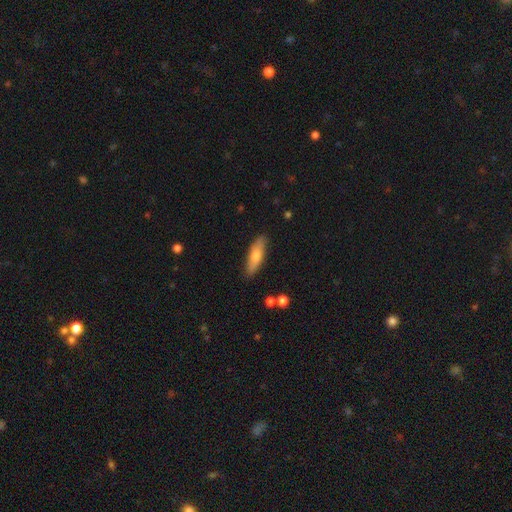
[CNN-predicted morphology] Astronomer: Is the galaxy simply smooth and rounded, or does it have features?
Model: smooth — 65%.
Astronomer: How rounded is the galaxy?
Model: cigar-shaped — 56% (runner-up: in between, 42%).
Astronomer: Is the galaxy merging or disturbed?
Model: none — 87%.